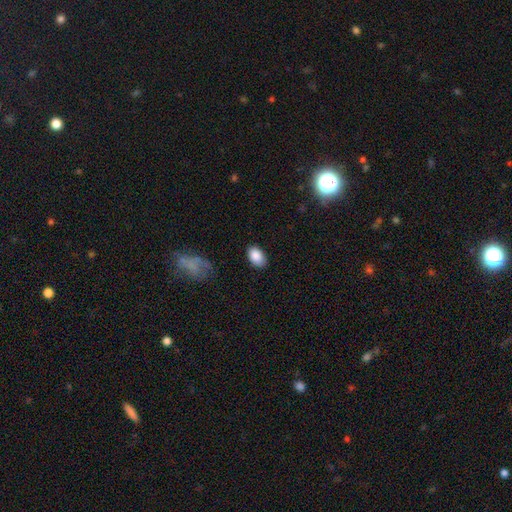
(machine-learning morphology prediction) A smooth galaxy with no disk features (88%) that is in between round and cigar-shaped (90%). Merging: none (82%).